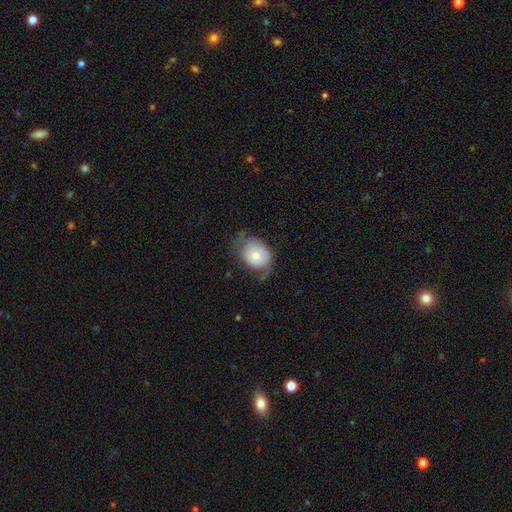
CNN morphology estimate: Smooth or featured? smooth (53%)
How rounded? round (50%)
Merging? none (38%)